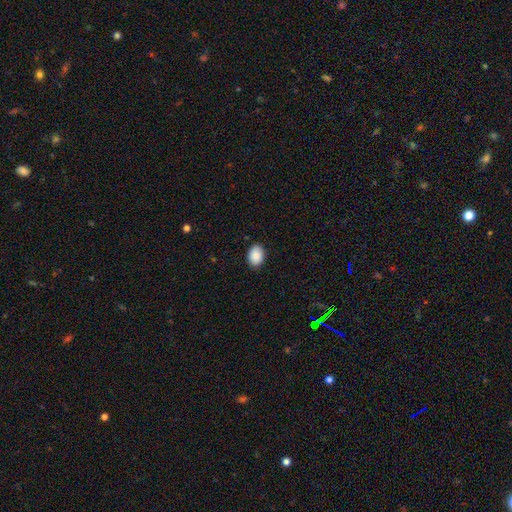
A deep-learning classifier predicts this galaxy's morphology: smooth_or_featured: smooth (p=0.90) [alt: star or artifact p=0.06]
how_rounded: in between (p=0.82) [alt: round p=0.17]
merging: none (p=0.88) [alt: minor disturbance p=0.09]